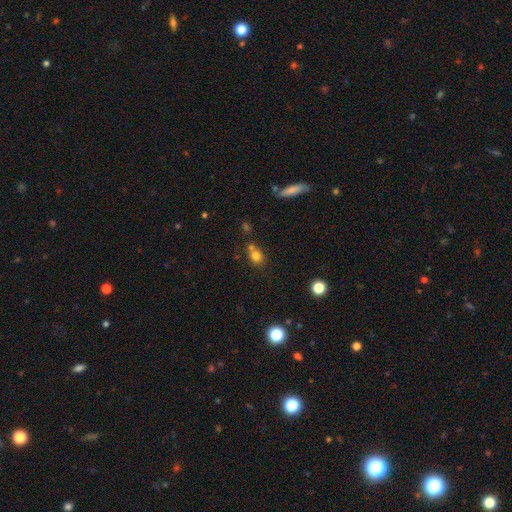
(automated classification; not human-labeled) A smooth galaxy with no disk features (76%) that is round (69%). Merging: none (51%).